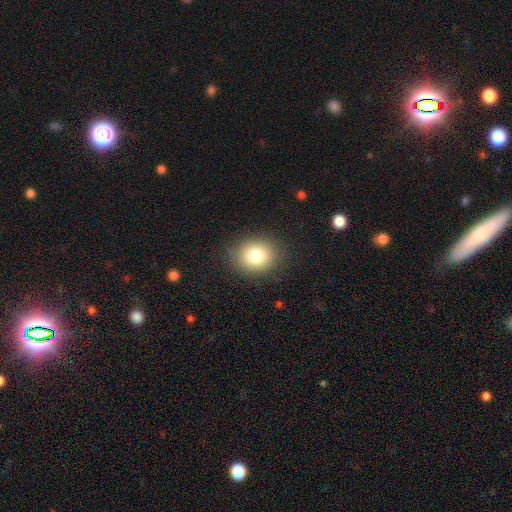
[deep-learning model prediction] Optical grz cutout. It shows a smooth galaxy with no disk features (81%) that is round (58%). Merging: none (85%).